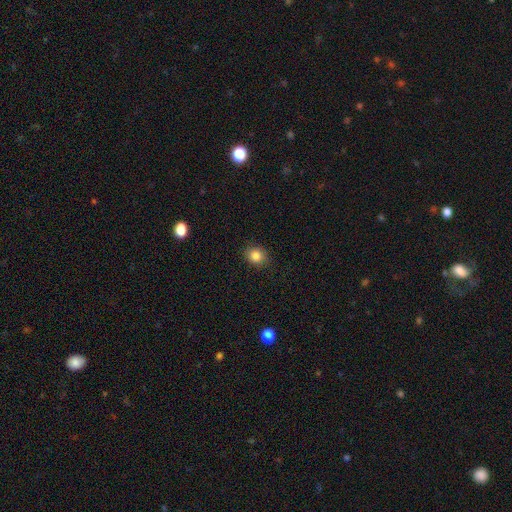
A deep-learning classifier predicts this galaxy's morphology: smooth-or-featured: smooth: 85% | star or artifact: 10% | featured or disk: 5%
  how-rounded: round: 71% | in between: 28% | cigar-shaped: 1%
  merging: none: 85% | minor disturbance: 11% | major disturbance: 3% | merger: 1%